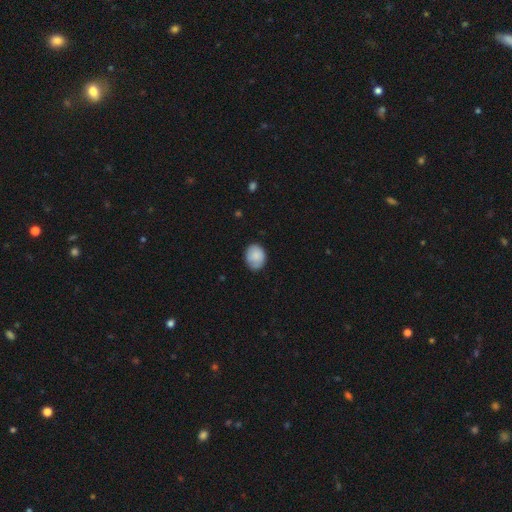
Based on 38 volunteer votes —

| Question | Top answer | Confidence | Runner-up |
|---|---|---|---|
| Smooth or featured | smooth | 76% | featured or disk (16%) |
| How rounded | in between | 62% | round (38%) |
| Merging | none | 83% | minor disturbance (17%) |